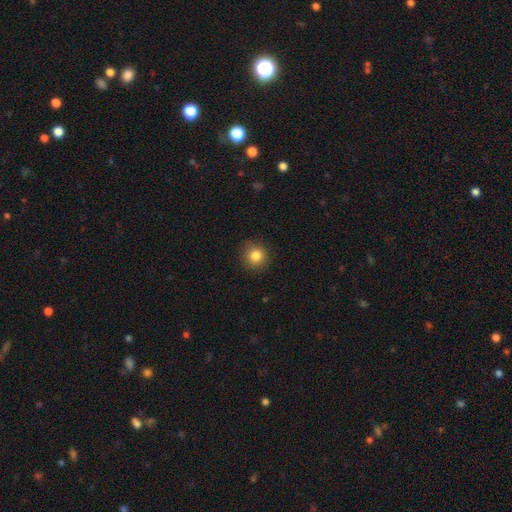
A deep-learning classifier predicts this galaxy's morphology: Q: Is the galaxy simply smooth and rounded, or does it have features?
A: smooth — 83%.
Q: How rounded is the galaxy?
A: round — 92%.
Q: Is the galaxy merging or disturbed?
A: none — 89%.